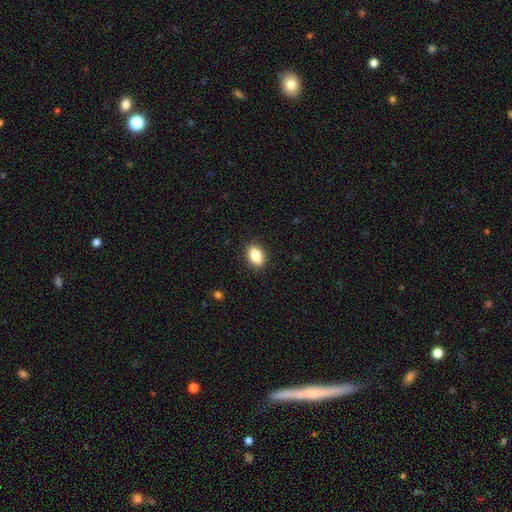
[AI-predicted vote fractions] This appears to be a smooth galaxy with no disk features (84%) that is in between round and cigar-shaped (83%). Merging: none (90%).